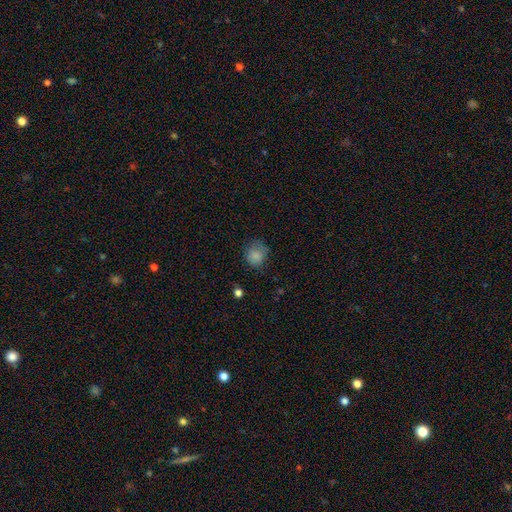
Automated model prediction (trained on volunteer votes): This appears to be a smooth galaxy with no disk features (84%) that is round (77%). Merging: none (64%).